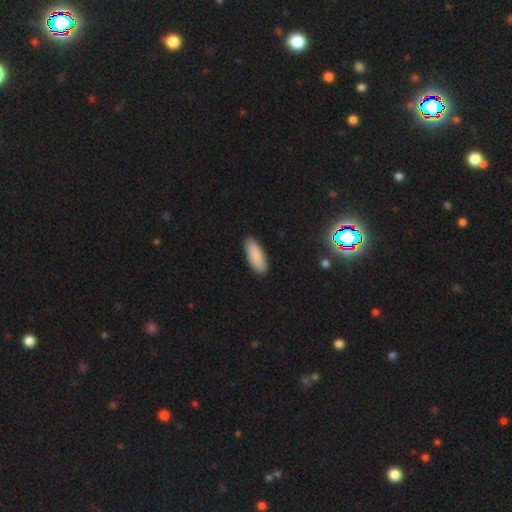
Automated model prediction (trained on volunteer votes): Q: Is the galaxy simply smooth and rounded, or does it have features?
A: smooth — 88%.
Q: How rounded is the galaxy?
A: in between — 66%.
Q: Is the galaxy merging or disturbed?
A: none — 89%.